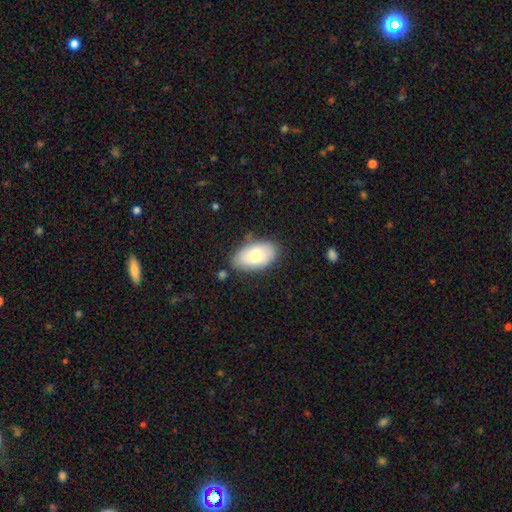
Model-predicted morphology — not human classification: A smooth galaxy with no disk features (70%) that is in between round and cigar-shaped (93%). Merging: none (75%).